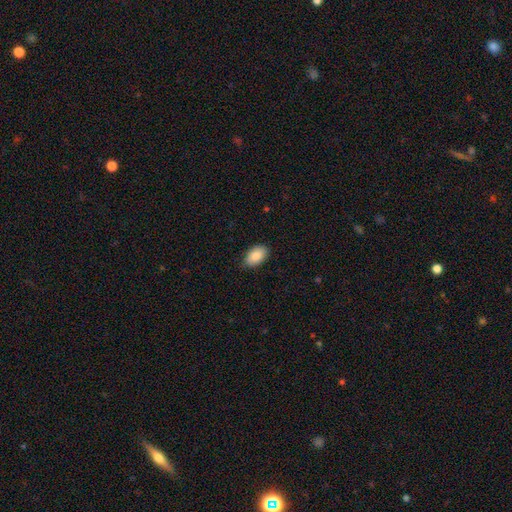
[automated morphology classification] This is clearly a smooth galaxy (87%). How rounded: clearly in between (92%). Merging: clearly none (83%).